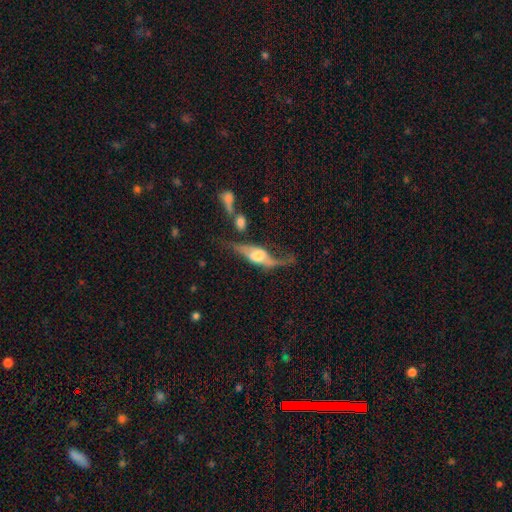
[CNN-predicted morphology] Smooth or featured: featured or disk — 75% (smooth — 18%)
Edge-on disk: yes — 61% (no — 39%)
Merging: none — 44% (major disturbance — 23%)